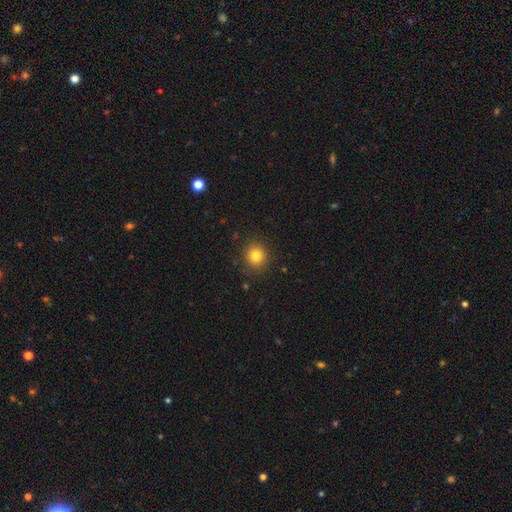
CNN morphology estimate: Smooth or featured: smooth — 82% (star or artifact — 12%)
How rounded: round — 90% (in between — 9%)
Merging: none — 89% (minor disturbance — 7%)